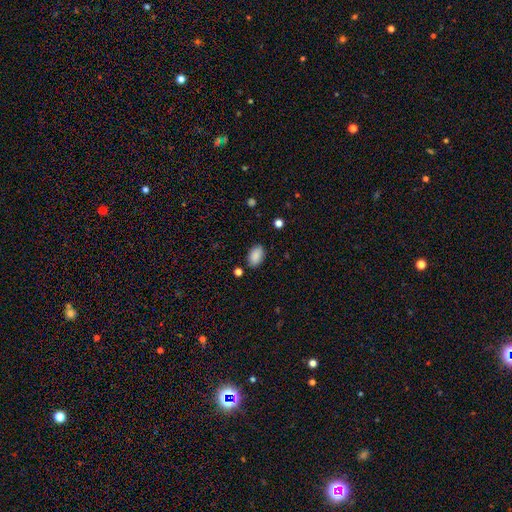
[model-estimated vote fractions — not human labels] Smooth or featured? Predicted: smooth (p=0.89). How rounded? Predicted: in between (p=0.92). Merging? Predicted: none (p=0.83).